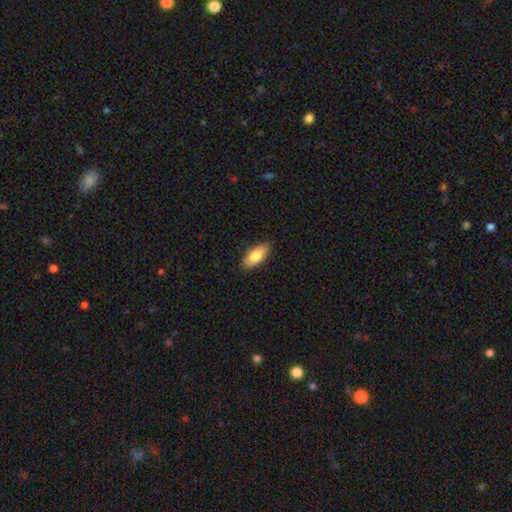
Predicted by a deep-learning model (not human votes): smooth_or_featured: smooth (p=0.80) [alt: featured or disk p=0.14]
how_rounded: in between (p=0.83) [alt: cigar-shaped p=0.14]
merging: none (p=0.87) [alt: minor disturbance p=0.10]